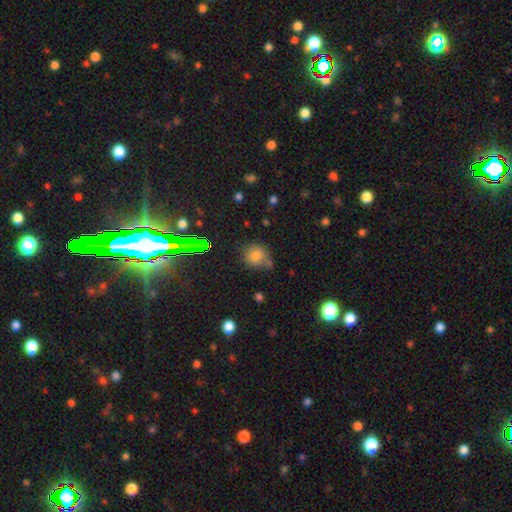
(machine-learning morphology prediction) This appears to be a smooth galaxy with no disk features (72%) that is round (79%). Merging: none (58%).